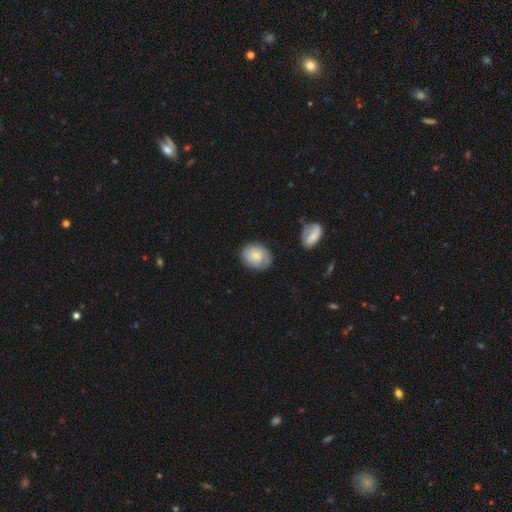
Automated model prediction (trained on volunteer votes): Smooth or featured?
  - smooth: 71% *
  - featured or disk: 22%
  - star or artifact: 7%
How rounded?
  - in between: 53% *
  - round: 46%
  - cigar-shaped: 1%
Merging?
  - none: 67% *
  - minor disturbance: 24%
  - major disturbance: 6%
  - merger: 3%